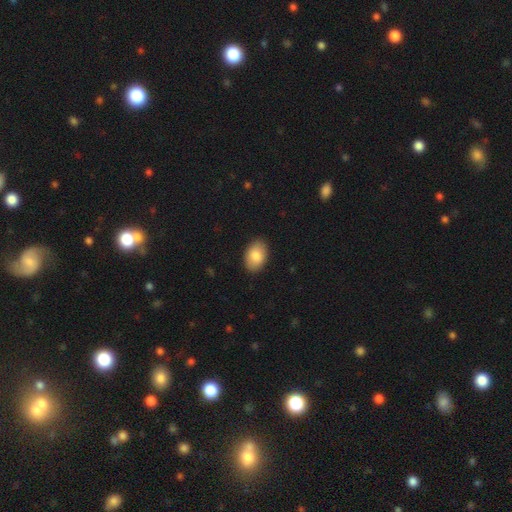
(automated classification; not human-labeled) Q: Smooth or featured?
A: smooth (86%); runner-up: featured or disk (8%)
Q: How rounded?
A: in between (90%); runner-up: round (9%)
Q: Merging?
A: none (88%); runner-up: minor disturbance (9%)